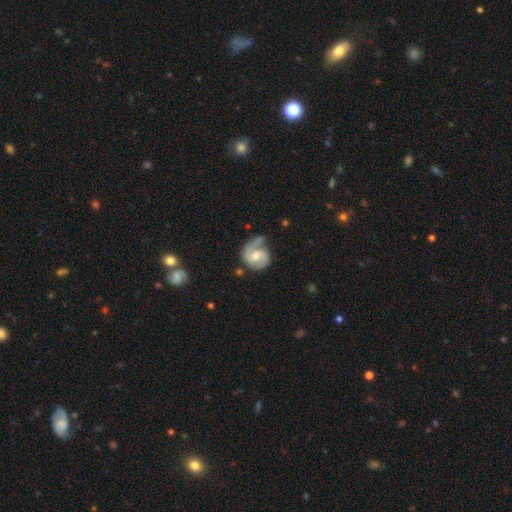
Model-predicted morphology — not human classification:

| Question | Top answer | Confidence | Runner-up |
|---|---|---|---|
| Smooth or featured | featured or disk | 82% | smooth (13%) |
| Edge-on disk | no | 98% | yes (2%) |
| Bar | no | 48% | weak (44%) |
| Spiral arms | yes | 96% | no (4%) |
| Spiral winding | medium | 47% | tight (35%) |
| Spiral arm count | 2 | 69% | 1 (21%) |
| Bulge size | moderate | 59% | small (31%) |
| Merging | none | 55% | minor disturbance (26%) |